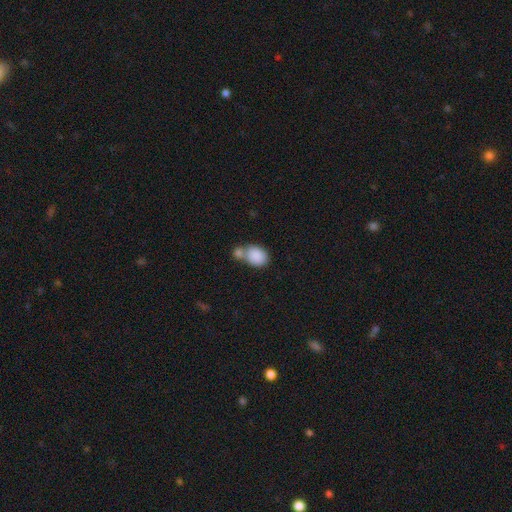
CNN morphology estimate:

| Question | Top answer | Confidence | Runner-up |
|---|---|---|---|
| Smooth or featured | smooth | 87% | star or artifact (7%) |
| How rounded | in between | 58% | round (41%) |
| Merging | merger | 52% | none (33%) |